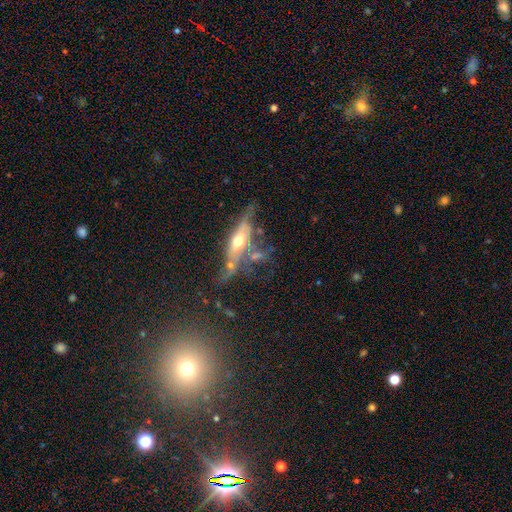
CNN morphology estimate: Smooth or featured?
  - featured or disk: 63% *
  - smooth: 25%
  - star or artifact: 12%
Edge-on disk?
  - yes: 61% *
  - no: 39%
Merging?
  - none: 37% *
  - merger: 23%
  - major disturbance: 20%
  - minor disturbance: 19%